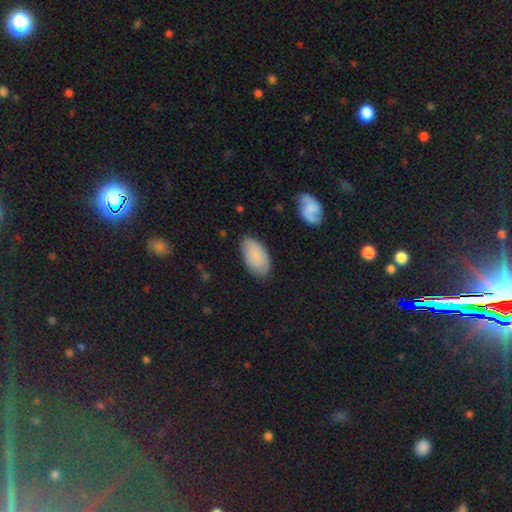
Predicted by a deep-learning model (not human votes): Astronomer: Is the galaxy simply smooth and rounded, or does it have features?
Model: smooth — 81%.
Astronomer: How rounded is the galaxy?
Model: in between — 95%.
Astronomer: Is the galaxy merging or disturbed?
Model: none — 76%.